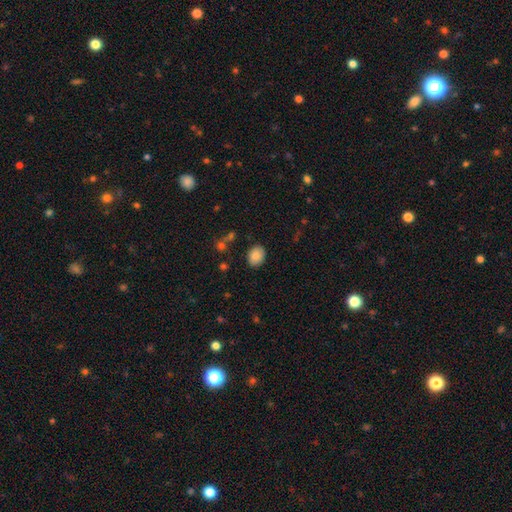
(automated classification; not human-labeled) Smooth or featured: smooth — 85% (star or artifact — 8%)
How rounded: in between — 61% (round — 38%)
Merging: none — 85% (minor disturbance — 10%)